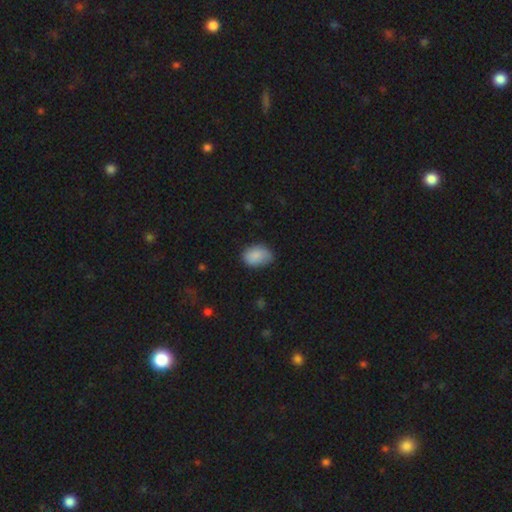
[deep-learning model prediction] This is clearly a smooth galaxy (85%). How rounded: clearly in between (82%). Merging: likely none (64%).